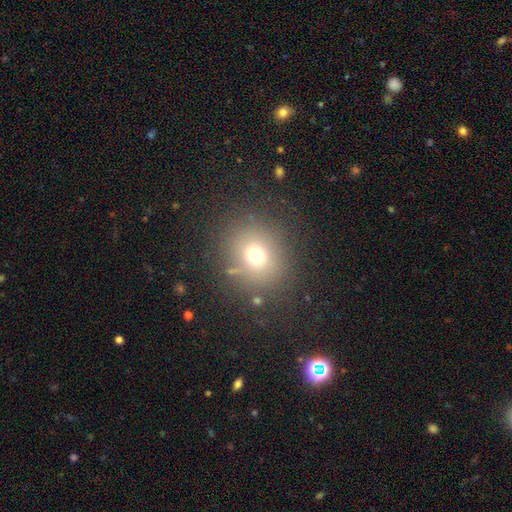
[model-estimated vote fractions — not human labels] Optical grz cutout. It shows a smooth galaxy with no disk features (69%) that is round (80%). Merging: none (81%).